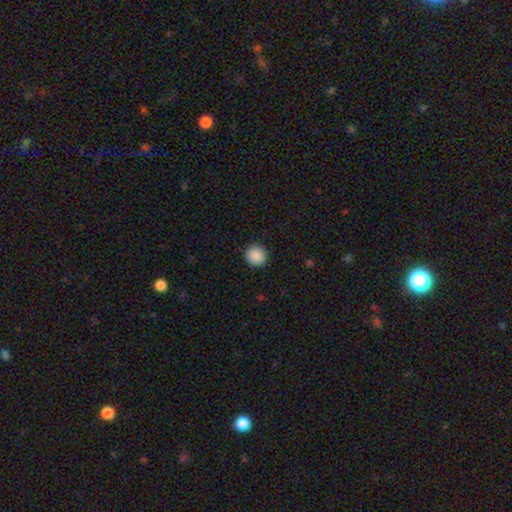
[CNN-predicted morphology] Q: Smooth or featured?
A: smooth (89%); runner-up: star or artifact (8%)
Q: How rounded?
A: round (90%); runner-up: in between (9%)
Q: Merging?
A: none (91%); runner-up: minor disturbance (6%)